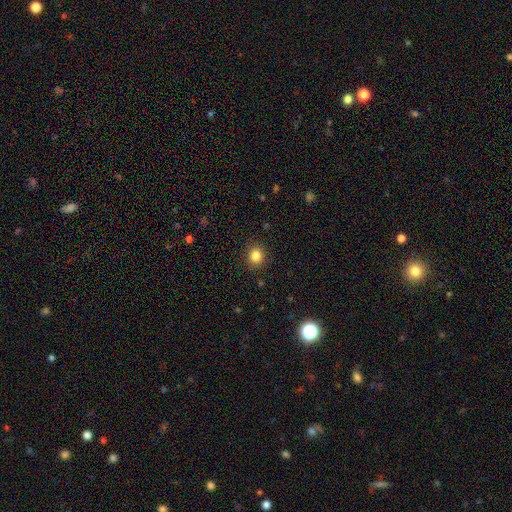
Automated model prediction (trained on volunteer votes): This is clearly a smooth galaxy (84%). How rounded: likely round (76%). Merging: clearly none (89%).